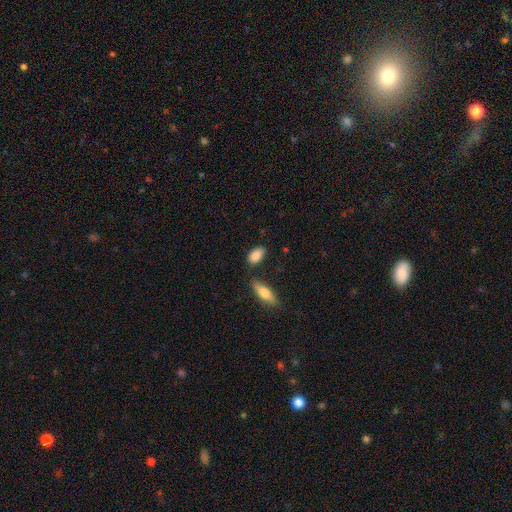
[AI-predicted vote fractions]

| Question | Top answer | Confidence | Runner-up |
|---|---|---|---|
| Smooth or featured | smooth | 86% | featured or disk (7%) |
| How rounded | in between | 89% | cigar-shaped (6%) |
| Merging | none | 75% | minor disturbance (14%) |